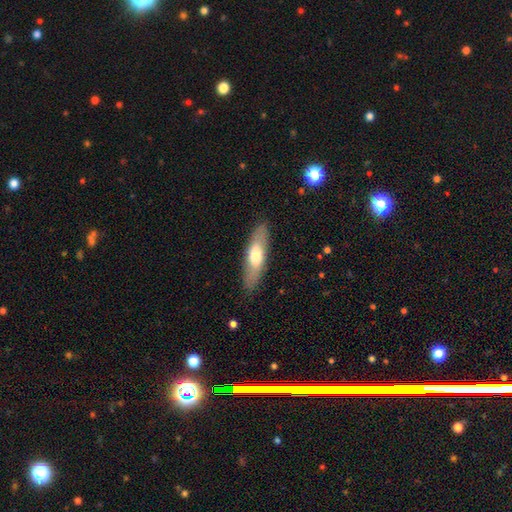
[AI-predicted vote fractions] Smooth or featured: smooth — 60% (featured or disk — 35%)
How rounded: cigar-shaped — 56% (in between — 42%)
Merging: none — 85% (minor disturbance — 11%)